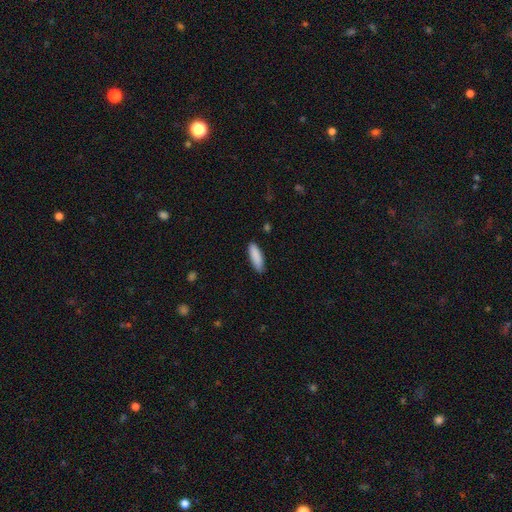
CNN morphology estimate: This appears to be a smooth galaxy with no disk features (89%) that is cigar-shaped (54%). Merging: none (87%).